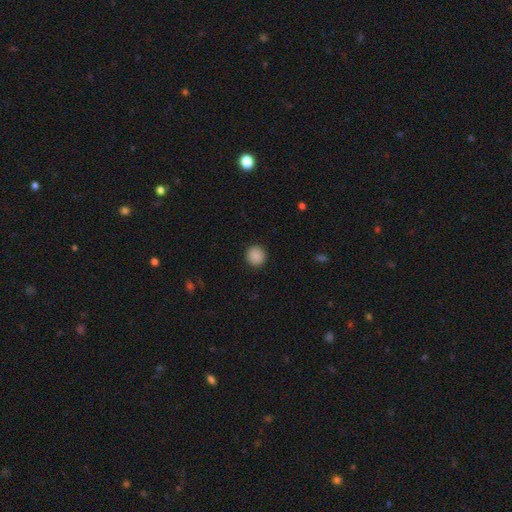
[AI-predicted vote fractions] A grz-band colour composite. It shows a smooth galaxy with no disk features (89%) that is round (92%). Merging: none (92%).